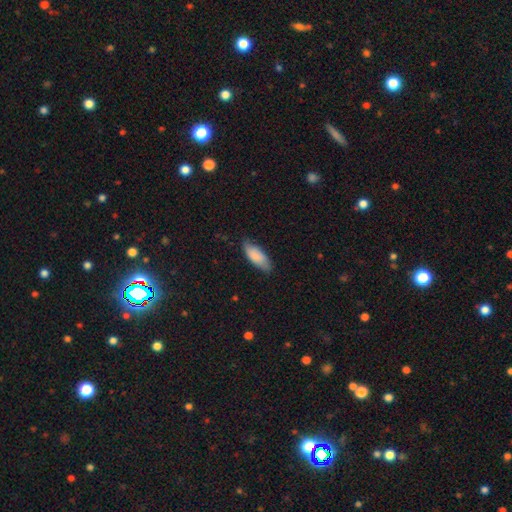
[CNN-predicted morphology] A smooth galaxy with no disk features (84%) that is in between round and cigar-shaped (81%).

Vote fractions:
- Smooth or featured? smooth: 84% / featured or disk: 10% / star or artifact: 6%
- How rounded? in between: 81% / cigar-shaped: 17% / round: 2%
- Merging? none: 74% / minor disturbance: 22% / major disturbance: 3% / merger: 1%